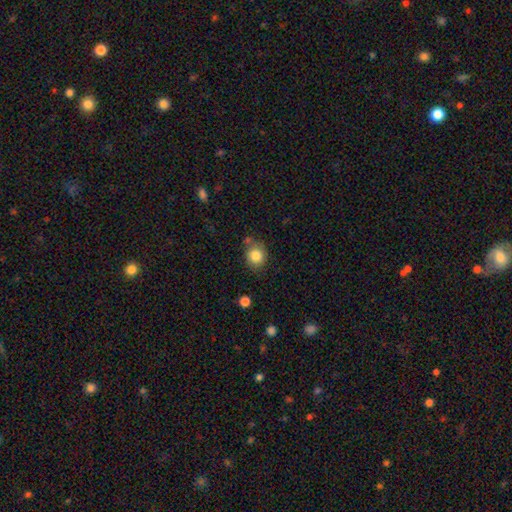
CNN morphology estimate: Smooth or featured?
  - smooth: 82% *
  - star or artifact: 10%
  - featured or disk: 8%
How rounded?
  - round: 76% *
  - in between: 23%
  - cigar-shaped: 1%
Merging?
  - none: 73% *
  - minor disturbance: 16%
  - merger: 8%
  - major disturbance: 4%